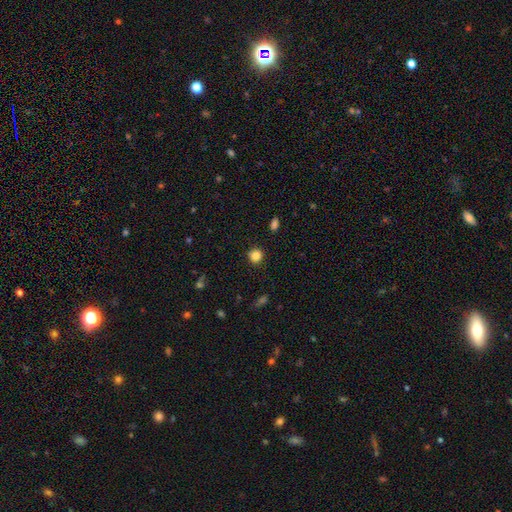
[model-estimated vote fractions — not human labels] Q: Smooth or featured?
A: smooth (85%); runner-up: star or artifact (11%)
Q: How rounded?
A: round (90%); runner-up: in between (9%)
Q: Merging?
A: none (89%); runner-up: minor disturbance (7%)